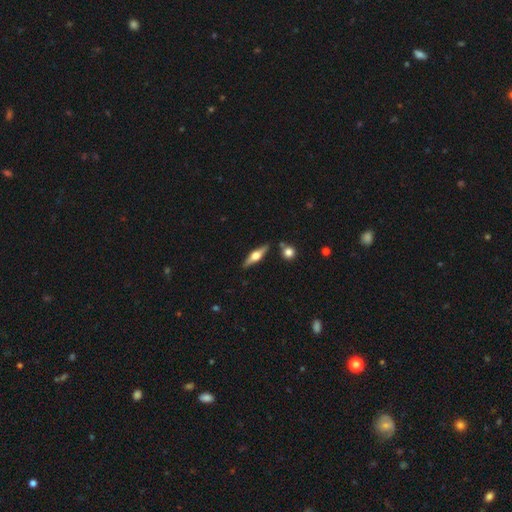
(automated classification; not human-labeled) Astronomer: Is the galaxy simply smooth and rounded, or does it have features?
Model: featured or disk — 67%.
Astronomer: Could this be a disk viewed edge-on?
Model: yes — 96%.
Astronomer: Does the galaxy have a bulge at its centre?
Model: rounded — 94%.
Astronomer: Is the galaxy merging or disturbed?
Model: none — 84%.